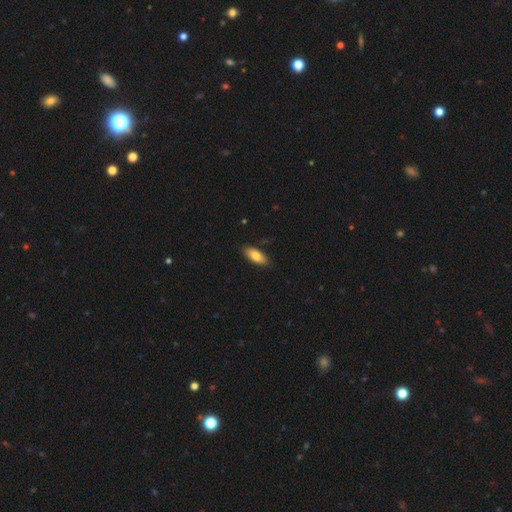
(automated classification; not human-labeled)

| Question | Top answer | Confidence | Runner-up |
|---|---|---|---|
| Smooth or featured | smooth | 80% | featured or disk (14%) |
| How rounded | in between | 82% | cigar-shaped (16%) |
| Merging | none | 85% | minor disturbance (12%) |